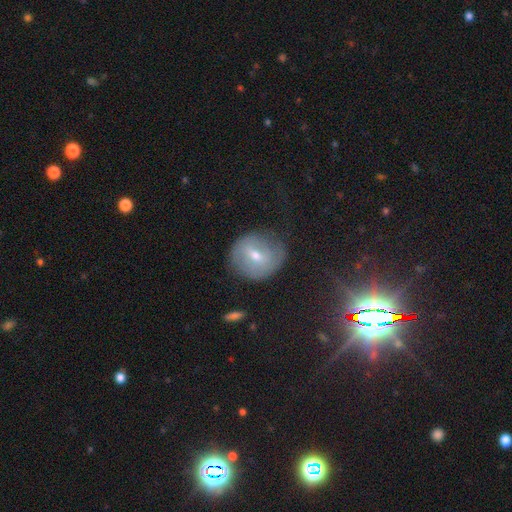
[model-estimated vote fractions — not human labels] smooth-or-featured: featured or disk: 54% | smooth: 34% | star or artifact: 12%
  disk-edge-on: no: 93% | yes: 7%
    bar: weak: 53% | no: 24% | strong: 23%
    has-spiral-arms: yes: 64% | no: 36%
    bulge-size: moderate: 53% | small: 43% | large: 2% | none: 1% | dominant: 1%
  merging: none: 69% | minor disturbance: 21% | major disturbance: 8% | merger: 2%